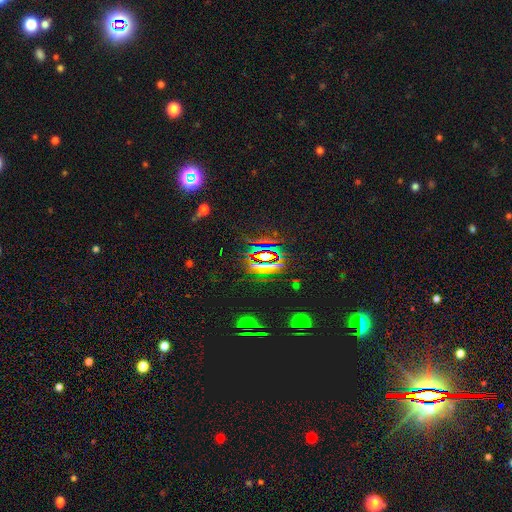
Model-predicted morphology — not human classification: A star or artifact, not a galaxy (82%).